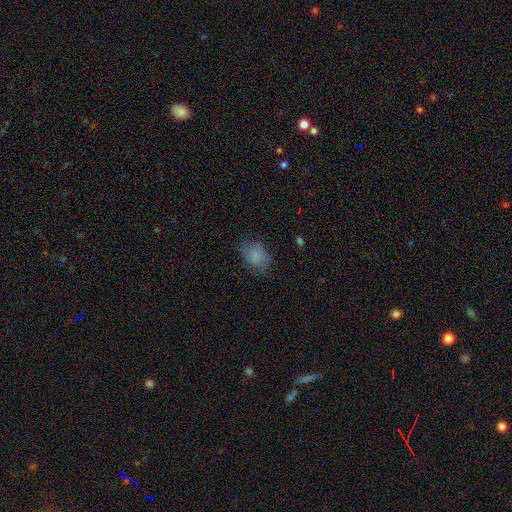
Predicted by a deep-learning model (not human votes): A smooth galaxy with no disk features (82%) that is in between round and cigar-shaped (61%). Merging: none (71%).